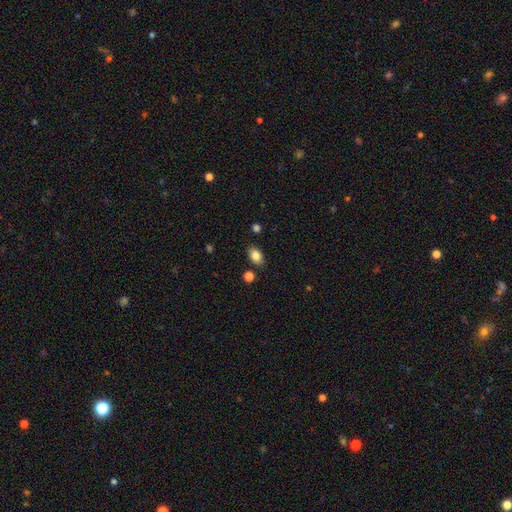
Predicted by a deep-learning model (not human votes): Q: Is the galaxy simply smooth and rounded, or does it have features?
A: smooth — 83%.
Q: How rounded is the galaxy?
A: in between — 86%.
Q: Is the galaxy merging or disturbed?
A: none — 84%.